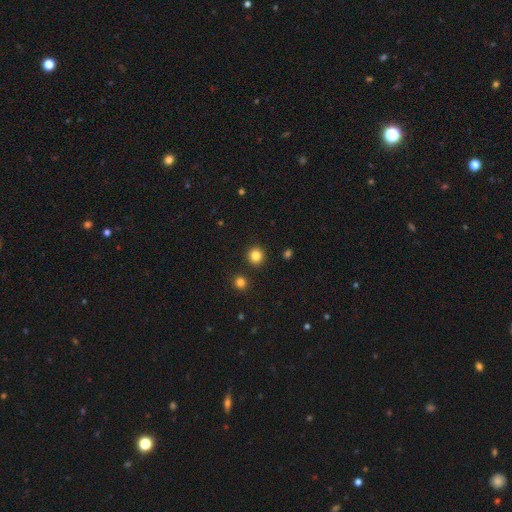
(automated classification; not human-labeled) Overall: smooth (83%). How rounded: round (94%). Merging: none (91%).